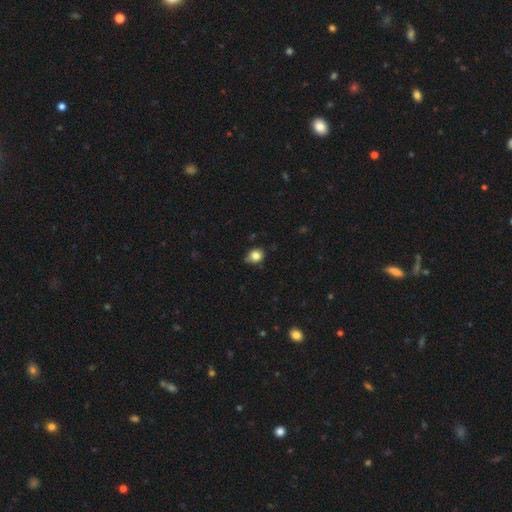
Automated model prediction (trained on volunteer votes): Smooth or featured?
  - smooth: 82% *
  - star or artifact: 11%
  - featured or disk: 7%
How rounded?
  - round: 70% *
  - in between: 29%
  - cigar-shaped: 1%
Merging?
  - none: 65% *
  - minor disturbance: 29%
  - major disturbance: 4%
  - merger: 2%